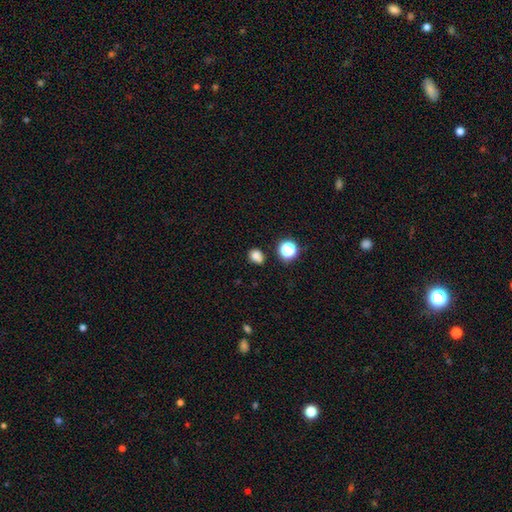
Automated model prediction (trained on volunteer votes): Smooth or featured? smooth (79%)
How rounded? round (56%)
Merging? none (70%)